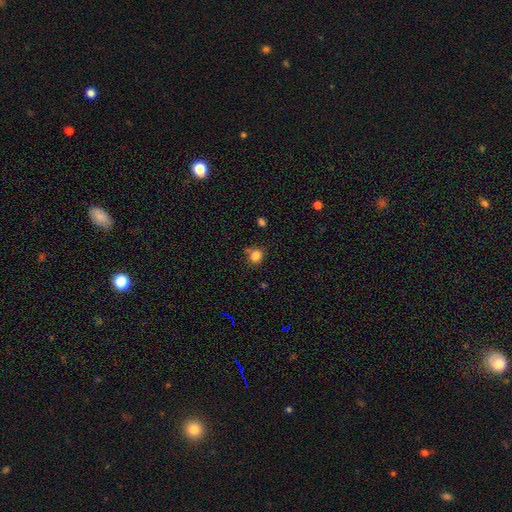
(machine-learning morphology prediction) The model was most divided on "how rounded": round: 74%, in between: 25%, cigar-shaped: 1%. More confident: smooth or featured — smooth (83%); merging — none (70%).